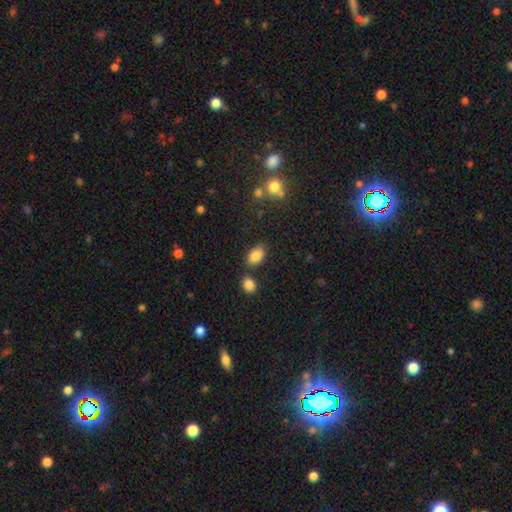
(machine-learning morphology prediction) Q: Smooth or featured?
A: smooth (86%); runner-up: star or artifact (9%)
Q: How rounded?
A: in between (89%); runner-up: round (9%)
Q: Merging?
A: none (74%); runner-up: minor disturbance (13%)